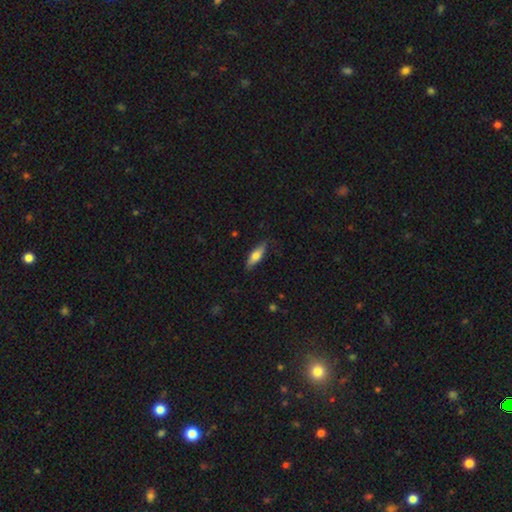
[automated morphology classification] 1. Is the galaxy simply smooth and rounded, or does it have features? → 66% smooth, 28% featured or disk, 6% star or artifact.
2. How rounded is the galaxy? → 51% cigar-shaped, 47% in between, 2% round.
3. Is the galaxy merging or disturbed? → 80% none, 16% minor disturbance, 3% major disturbance, 1% merger.